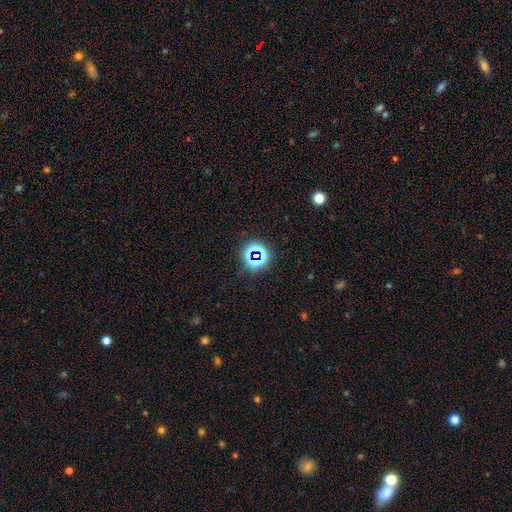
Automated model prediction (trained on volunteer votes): Smooth or featured: star or artifact — 66% (smooth — 25%)